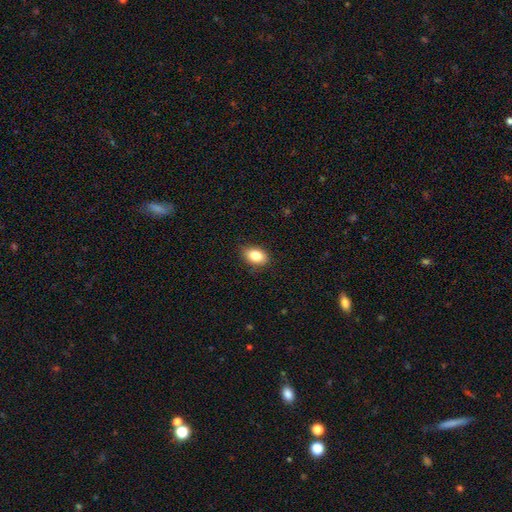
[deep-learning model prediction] Morphology: type=smooth (83%); roundness=in between (82%); merging=none (83%).